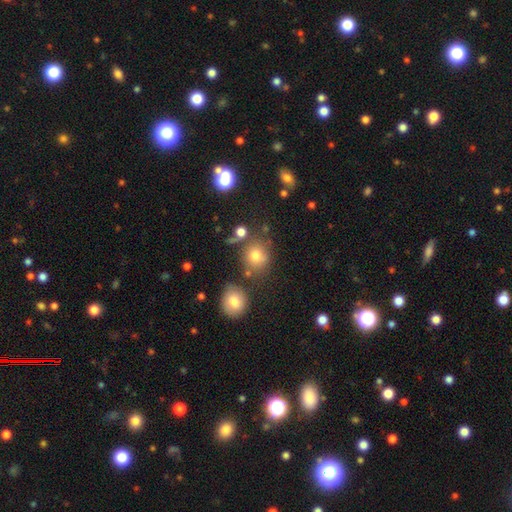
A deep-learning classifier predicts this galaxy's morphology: A smooth galaxy with no disk features (77%) that is round (80%). Merging: none (68%).